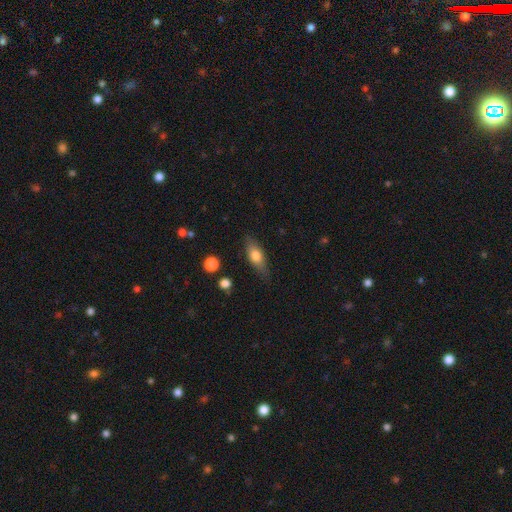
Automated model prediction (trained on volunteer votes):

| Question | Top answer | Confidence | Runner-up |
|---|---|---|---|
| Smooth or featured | smooth | 67% | featured or disk (26%) |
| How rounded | in between | 70% | cigar-shaped (26%) |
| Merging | none | 78% | minor disturbance (16%) |